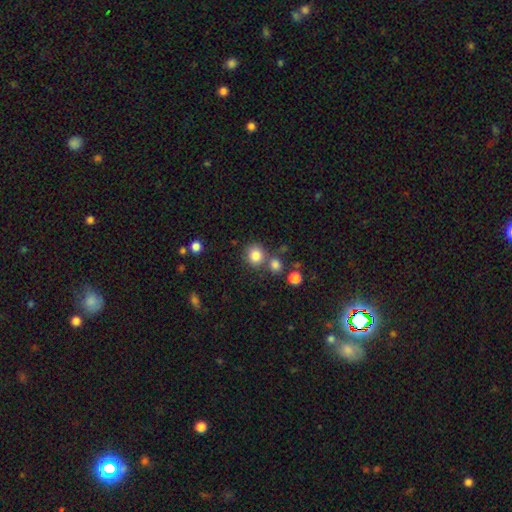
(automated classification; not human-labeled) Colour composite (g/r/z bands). It shows a smooth galaxy with no disk features (84%) that is round (81%). Merging: none (67%).